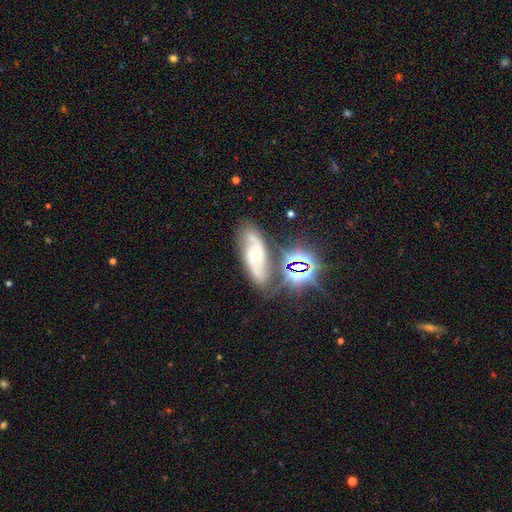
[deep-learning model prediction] Smooth or featured: featured or disk — 69% (star or artifact — 16%)
Edge-on disk: no — 91% (yes — 9%)
Bar: no — 62% (weak — 29%)
Spiral arms: yes — 94% (no — 6%)
Spiral winding: medium — 49% (tight — 34%)
Spiral arm count: 2 — 72% (can't tell — 14%)
Bulge size: small — 68% (moderate — 26%)
Merging: none — 69% (minor disturbance — 18%)